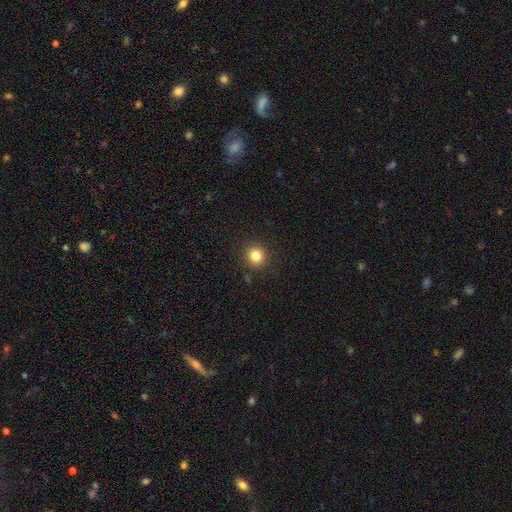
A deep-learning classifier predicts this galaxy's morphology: smooth 83%, star or artifact 12%, featured or disk 5%. Down the decision tree: how rounded — round (89%); merging — none (89%).